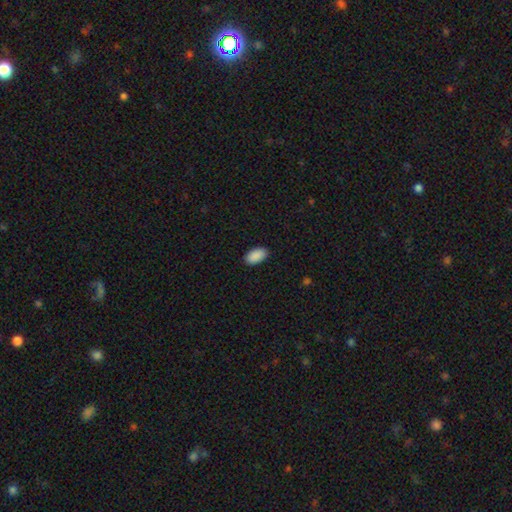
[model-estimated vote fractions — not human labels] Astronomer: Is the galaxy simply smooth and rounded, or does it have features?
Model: smooth — 91%.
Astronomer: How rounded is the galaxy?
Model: in between — 95%.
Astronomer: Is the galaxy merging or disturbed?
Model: none — 89%.